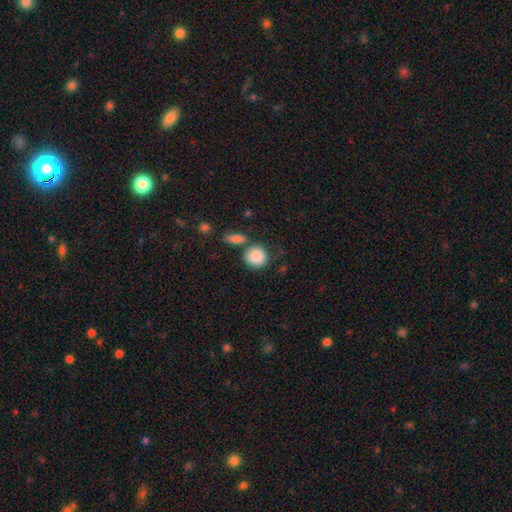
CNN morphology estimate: This is clearly a smooth galaxy (88%). How rounded: clearly round (86%). Merging: likely none (65%).